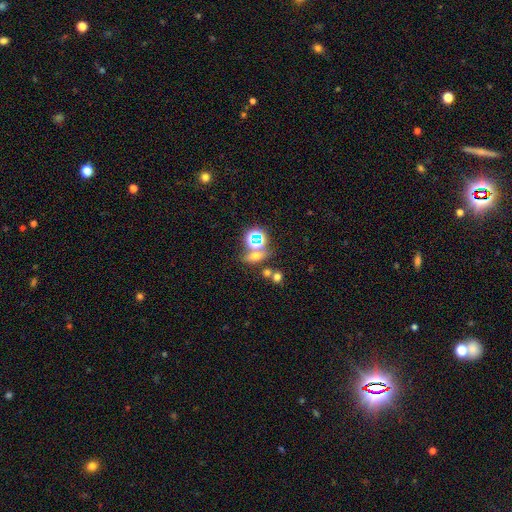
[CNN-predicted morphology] A smooth galaxy with no disk features (45%). Merging: none (60%).